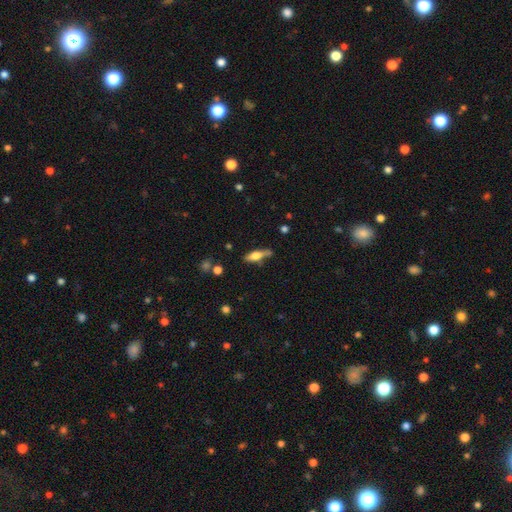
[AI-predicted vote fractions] Morphology: type=smooth (49%); merging=none (68%).